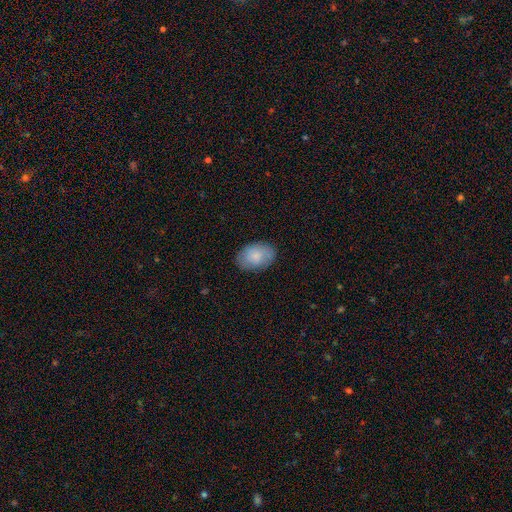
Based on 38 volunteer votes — A smooth galaxy with no disk features (71%) that is in between round and cigar-shaped (85%).

Vote fractions:
- Smooth or featured? smooth: 71% / featured or disk: 24% / star or artifact: 5%
- How rounded? in between: 85% / round: 15% / cigar-shaped: 0%
- Merging? none: 97% / minor disturbance: 3% / major disturbance: 0% / merger: 0%